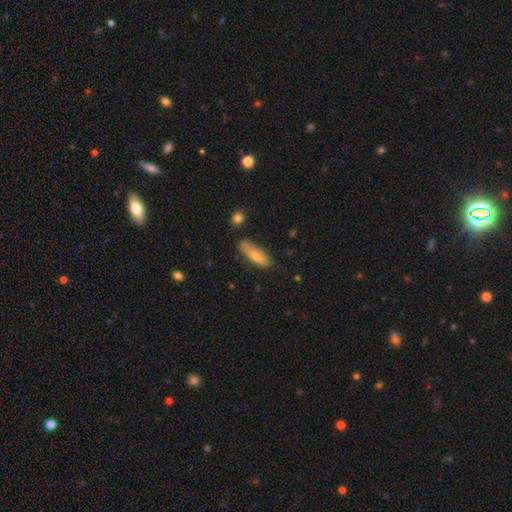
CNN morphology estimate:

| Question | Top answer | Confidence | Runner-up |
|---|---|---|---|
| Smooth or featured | smooth | 72% | featured or disk (21%) |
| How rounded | in between | 50% | cigar-shaped (48%) |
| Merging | none | 71% | minor disturbance (20%) |